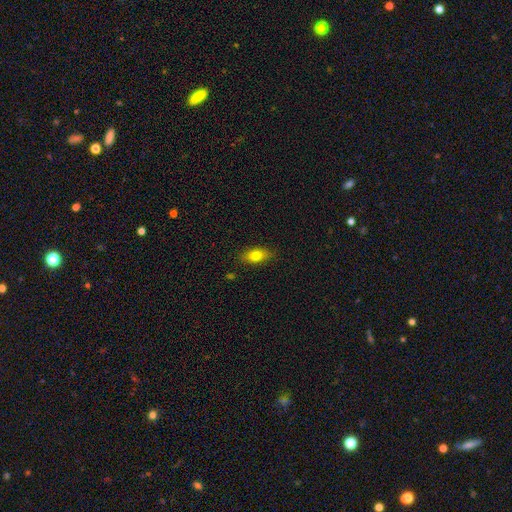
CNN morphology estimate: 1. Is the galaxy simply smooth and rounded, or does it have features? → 79% smooth, 13% featured or disk, 9% star or artifact.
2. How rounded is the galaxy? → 84% in between, 9% cigar-shaped, 7% round.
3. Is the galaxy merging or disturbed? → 85% none, 12% minor disturbance, 2% major disturbance, 1% merger.